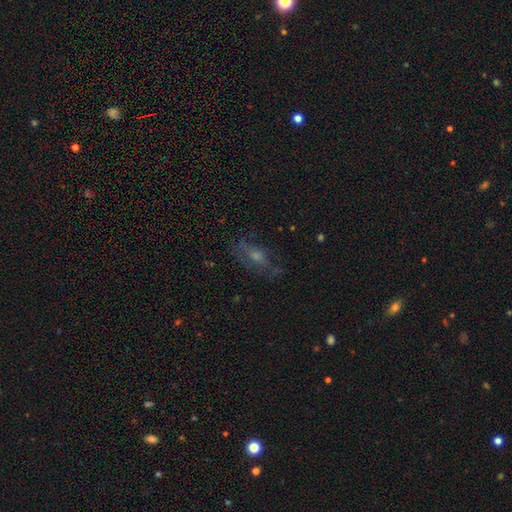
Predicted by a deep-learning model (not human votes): smooth-or-featured: featured or disk: 47% | smooth: 34% | star or artifact: 19%
  merging: none: 62% | minor disturbance: 20% | major disturbance: 16% | merger: 2%